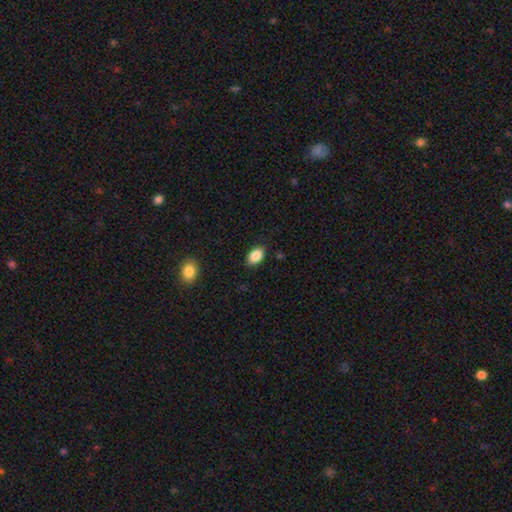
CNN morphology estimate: smooth 87%, star or artifact 8%, featured or disk 5%. Down the decision tree: how rounded — in between (88%); merging — none (85%).